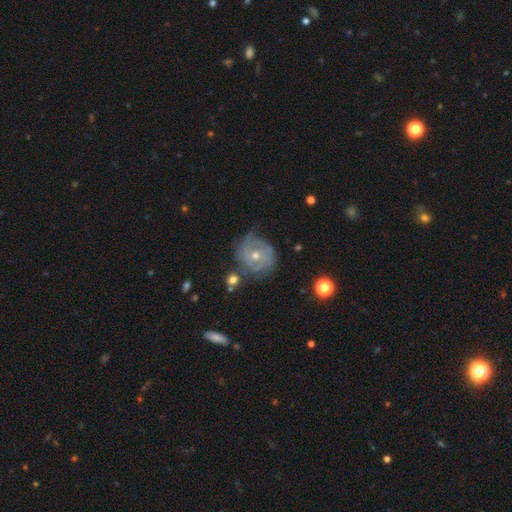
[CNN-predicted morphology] This is likely a featured or disk galaxy (75%). It is clearly not viewed edge-on (97%). Bar: likely no (72%). Spiral arm pattern: clearly yes (87%). Spiral arm count: marginally can't tell (36%). Spiral winding: likely tight (66%). Central bulge: possibly moderate (57%). Merging: likely none (69%).